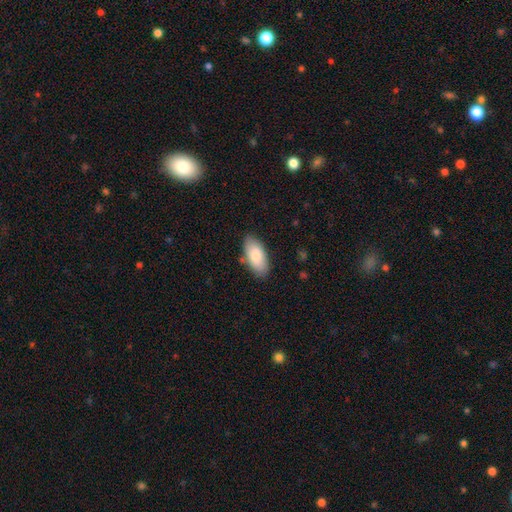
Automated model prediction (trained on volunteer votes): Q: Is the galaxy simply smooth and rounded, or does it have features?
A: smooth — 82%.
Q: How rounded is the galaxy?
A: in between — 90%.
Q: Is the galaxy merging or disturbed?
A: none — 83%.